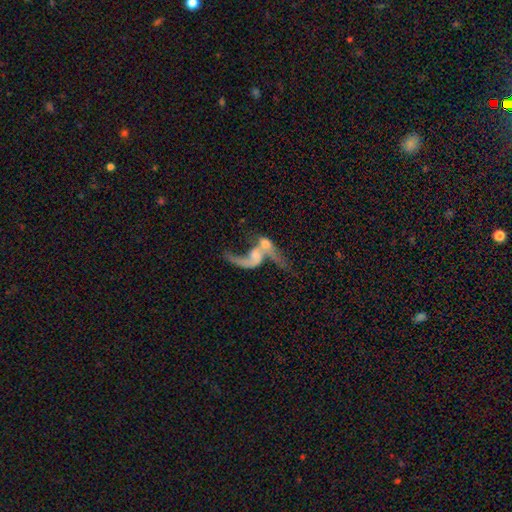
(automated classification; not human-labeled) smooth_or_featured: featured or disk (p=0.75) [alt: smooth p=0.15]
disk_edge_on: no (p=0.93) [alt: yes p=0.07]
bar: no (p=0.61) [alt: weak p=0.29]
has_spiral_arms: yes (p=0.76) [alt: no p=0.24]
spiral_winding: loose (p=0.89) [alt: medium p=0.09]
spiral_arm_count: 2 (p=0.69) [alt: 1 p=0.23]
bulge_size: small (p=0.36) [alt: none p=0.30]
merging: merger (p=0.60) [alt: major disturbance p=0.18]